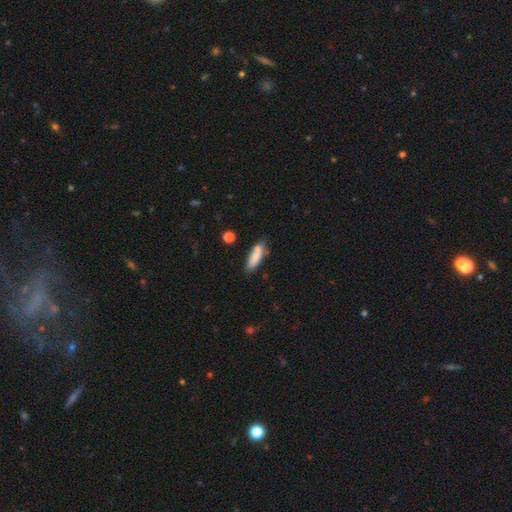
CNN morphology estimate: A smooth galaxy with no disk features (82%) that is cigar-shaped (52%). Merging: none (69%).